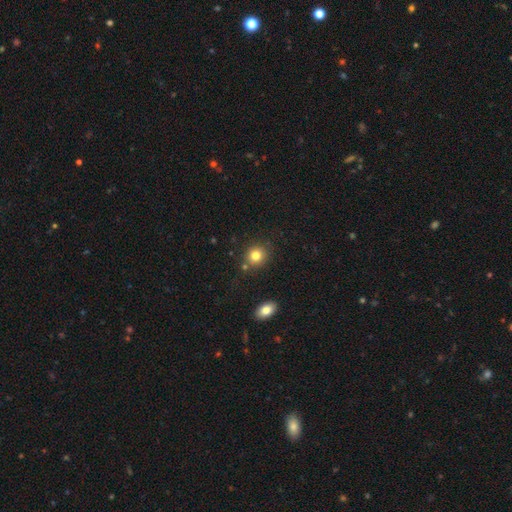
A smooth galaxy with no disk features (95%) that is round (81%). Merging: none (79%).